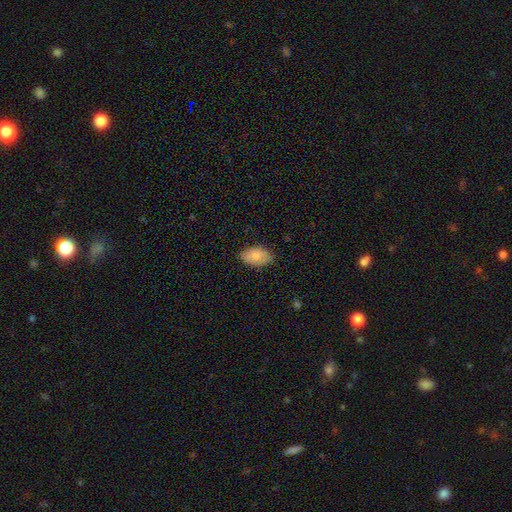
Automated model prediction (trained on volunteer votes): Morphology: type=smooth (82%); roundness=in between (92%); merging=none (80%).